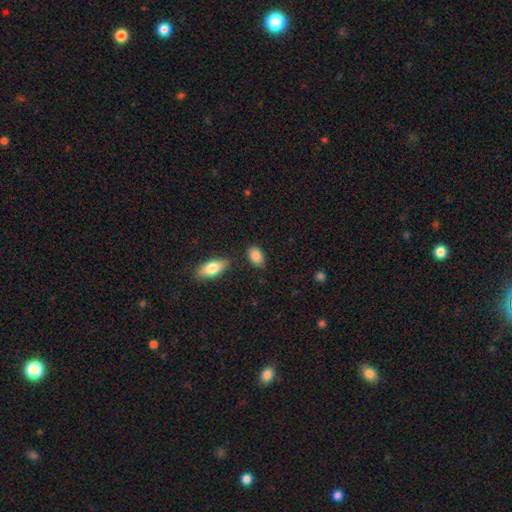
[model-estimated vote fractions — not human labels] Morphology: type=smooth (87%); roundness=in between (87%); merging=none (75%).